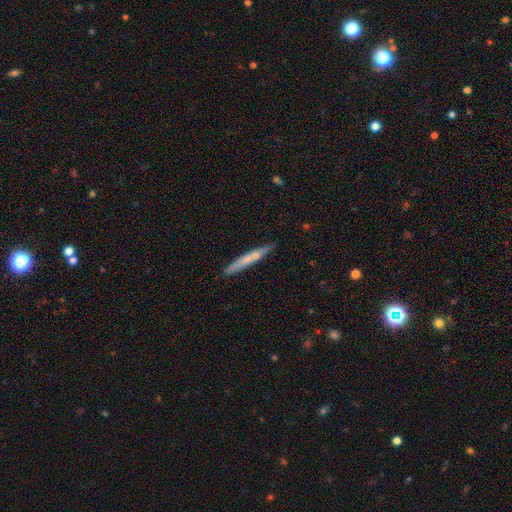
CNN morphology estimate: smooth-or-featured: featured or disk: 47% | smooth: 43% | star or artifact: 10%
  merging: none: 89% | minor disturbance: 8% | major disturbance: 2% | merger: 2%